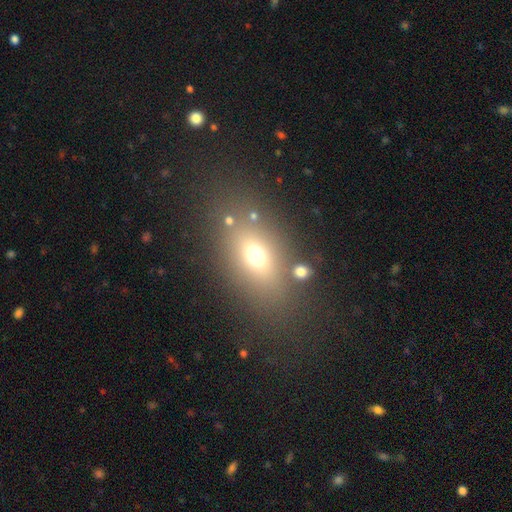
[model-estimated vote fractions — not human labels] This is likely a smooth galaxy (66%). How rounded: likely in between (75%). Merging: likely none (73%).